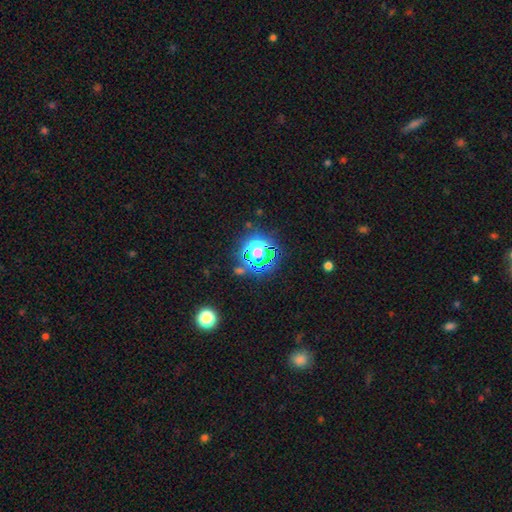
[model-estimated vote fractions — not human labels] This is possibly a star or artifact rather than a galaxy (57%).